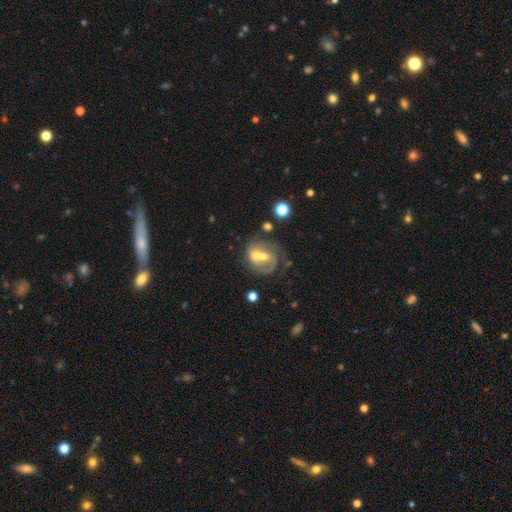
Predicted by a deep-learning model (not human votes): Overall: featured or disk (67%). Edge-on disk: no (97%). Bar: no (56%; weak 34%). Spiral arms: yes (75%). Bulge size: moderate (61%; small 29%). Merging: merger (55%; none 26%).